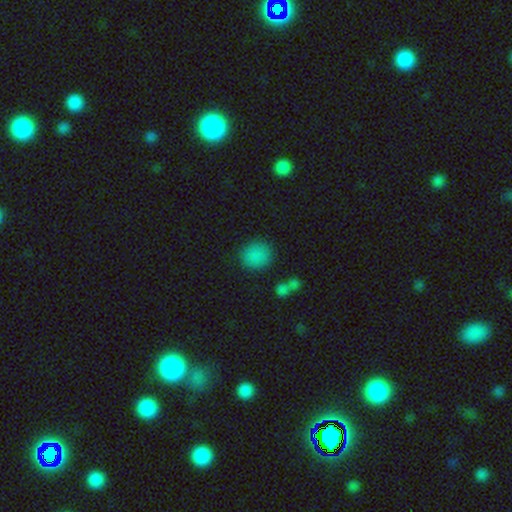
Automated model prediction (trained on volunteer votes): Smooth or featured? smooth (84%)
How rounded? round (84%)
Merging? none (82%)